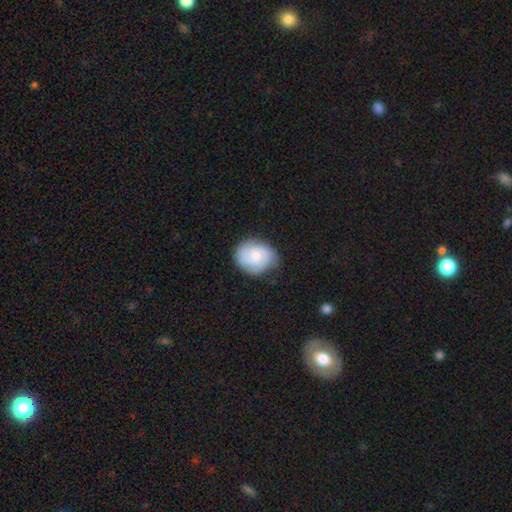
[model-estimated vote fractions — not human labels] A smooth galaxy with no disk features (56%) that is round (66%). Merging: none (71%).